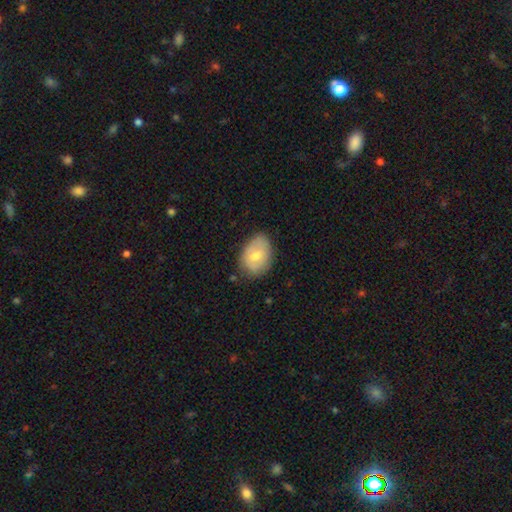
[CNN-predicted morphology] smooth-or-featured: smooth: 64% | featured or disk: 30% | star or artifact: 7%
  how-rounded: in between: 77% | round: 22% | cigar-shaped: 1%
  merging: none: 71% | minor disturbance: 23% | major disturbance: 5% | merger: 2%